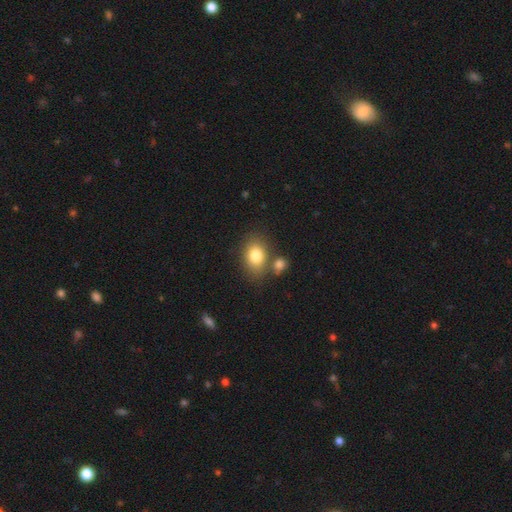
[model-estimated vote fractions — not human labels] Smooth or featured: smooth — 81% (featured or disk — 11%)
How rounded: in between — 72% (round — 27%)
Merging: none — 63% (merger — 20%)